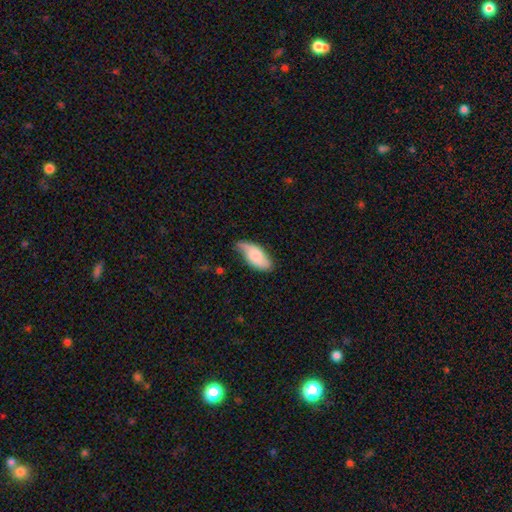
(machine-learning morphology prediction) A smooth galaxy with no disk features (60%) that is in between round and cigar-shaped (88%).

Vote fractions:
- Smooth or featured? smooth: 60% / featured or disk: 34% / star or artifact: 7%
- How rounded? in between: 88% / cigar-shaped: 10% / round: 2%
- Merging? none: 62% / minor disturbance: 29% / major disturbance: 6% / merger: 2%